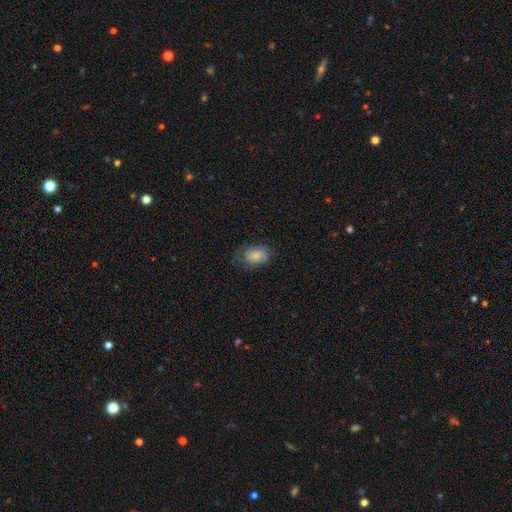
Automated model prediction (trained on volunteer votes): Smooth or featured?
  - smooth: 75% *
  - featured or disk: 17%
  - star or artifact: 8%
How rounded?
  - in between: 80% *
  - round: 19%
  - cigar-shaped: 1%
Merging?
  - none: 58% *
  - minor disturbance: 27%
  - major disturbance: 14%
  - merger: 1%